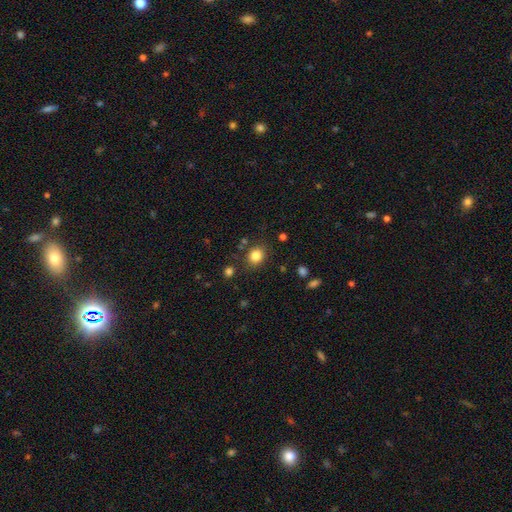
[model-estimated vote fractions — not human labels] A smooth galaxy with no disk features (83%) that is round (69%).

Vote fractions:
- Smooth or featured? smooth: 83% / star or artifact: 11% / featured or disk: 6%
- How rounded? round: 69% / in between: 30% / cigar-shaped: 1%
- Merging? none: 82% / minor disturbance: 10% / major disturbance: 4% / merger: 4%